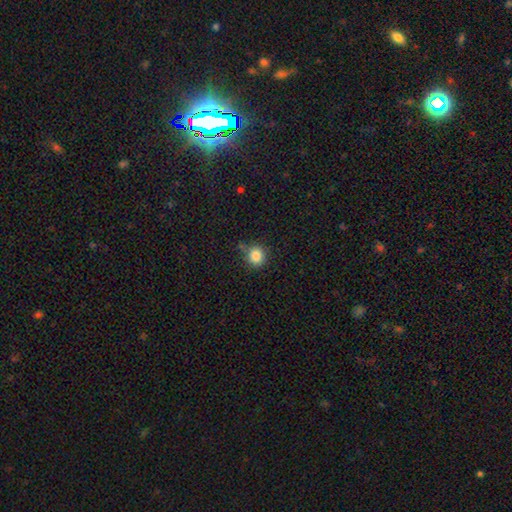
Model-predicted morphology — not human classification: smooth_or_featured: smooth (p=0.85) [alt: star or artifact p=0.11]
how_rounded: round (p=0.85) [alt: in between p=0.14]
merging: none (p=0.70) [alt: minor disturbance p=0.19]